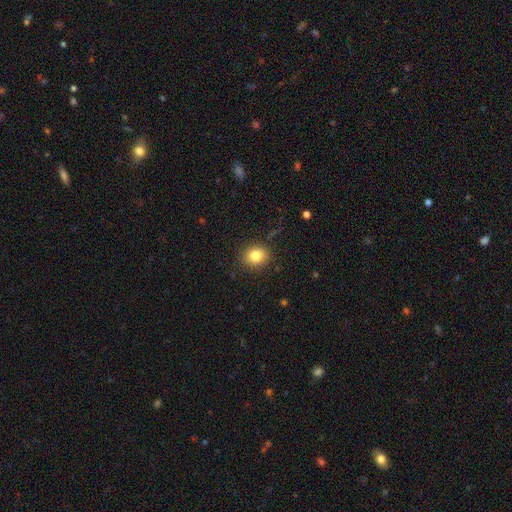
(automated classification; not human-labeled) Smooth or featured? smooth (81%)
How rounded? round (71%)
Merging? none (88%)